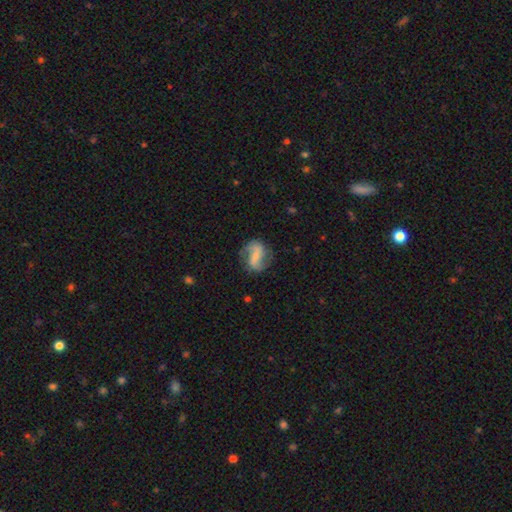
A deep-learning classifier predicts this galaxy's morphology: Smooth or featured? Predicted: featured or disk (p=0.70). Edge-on disk? Predicted: no (p=0.97). Bar? Predicted: strong (p=0.43). Spiral arms? Predicted: yes (p=0.88). Spiral winding? Predicted: loose (p=0.47). Spiral arm count? Predicted: 2 (p=0.87). Bulge size? Predicted: small (p=0.39). Merging? Predicted: none (p=0.69).